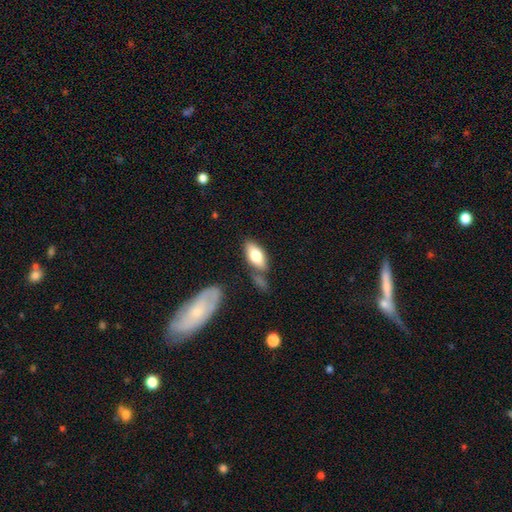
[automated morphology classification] This appears to be a smooth galaxy with no disk features (73%) that is in between round and cigar-shaped (86%). Merging: none (62%).